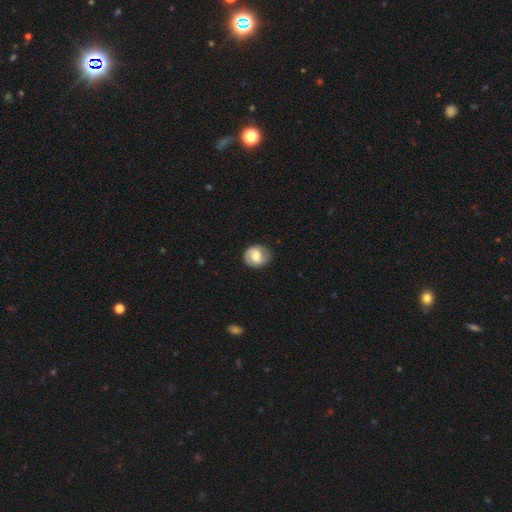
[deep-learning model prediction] smooth-or-featured: smooth: 51% | featured or disk: 42% | star or artifact: 7%
  how-rounded: round: 73% | in between: 26% | cigar-shaped: 1%
  merging: none: 82% | minor disturbance: 13% | major disturbance: 4% | merger: 1%